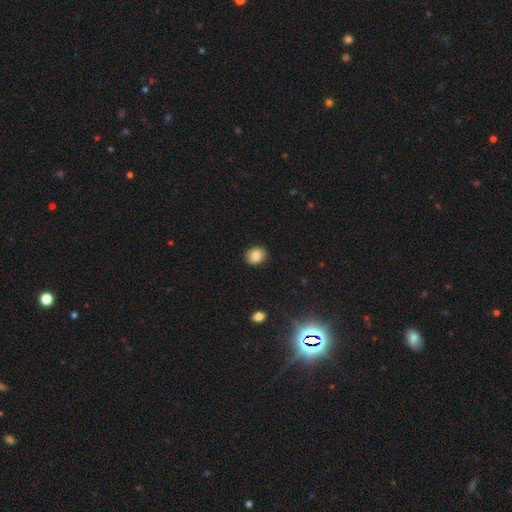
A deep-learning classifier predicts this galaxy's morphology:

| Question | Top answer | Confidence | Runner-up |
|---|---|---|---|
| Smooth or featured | smooth | 87% | star or artifact (9%) |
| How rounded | round | 60% | in between (39%) |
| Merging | none | 89% | minor disturbance (8%) |